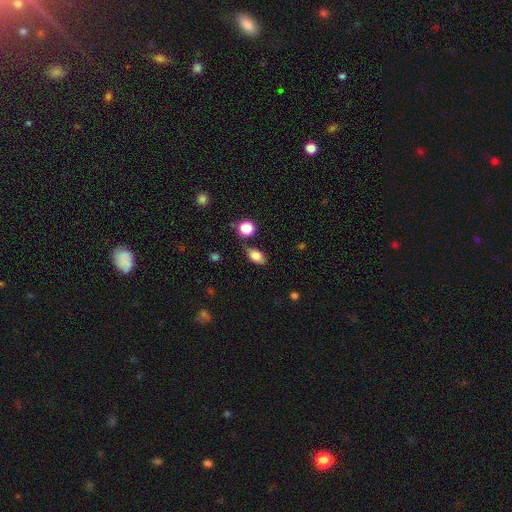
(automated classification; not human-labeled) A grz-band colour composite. It shows a smooth galaxy with no disk features (79%) that is in between round and cigar-shaped (84%). Merging: none (75%).